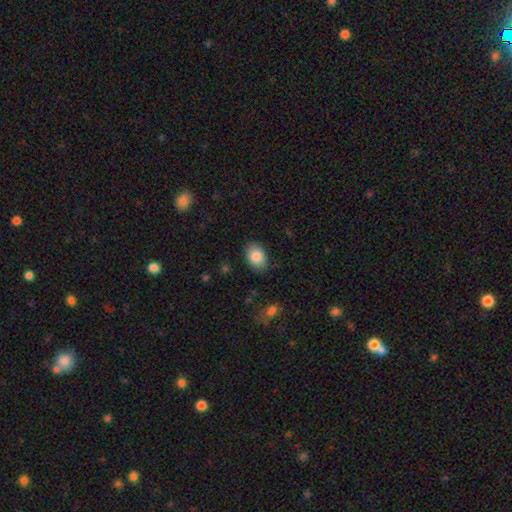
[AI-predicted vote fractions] Smooth or featured?
  - smooth: 85% *
  - featured or disk: 8%
  - star or artifact: 7%
How rounded?
  - in between: 87% *
  - round: 12%
  - cigar-shaped: 1%
Merging?
  - none: 85% *
  - minor disturbance: 11%
  - major disturbance: 3%
  - merger: 1%